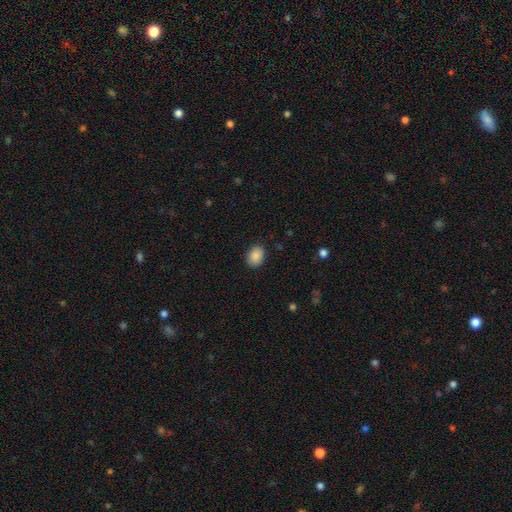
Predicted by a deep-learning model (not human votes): Morphology: type=smooth (89%); roundness=in between (68%); merging=none (87%).